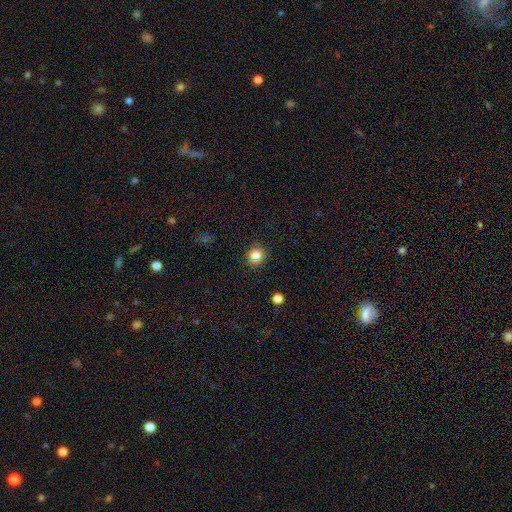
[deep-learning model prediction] Q: Smooth or featured?
A: smooth (78%); runner-up: star or artifact (16%)
Q: How rounded?
A: round (86%); runner-up: in between (13%)
Q: Merging?
A: none (88%); runner-up: minor disturbance (8%)